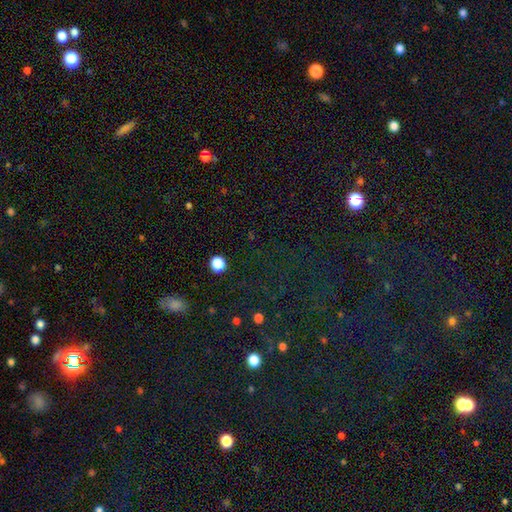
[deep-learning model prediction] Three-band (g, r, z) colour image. It shows a star or artifact, not a galaxy (74%).